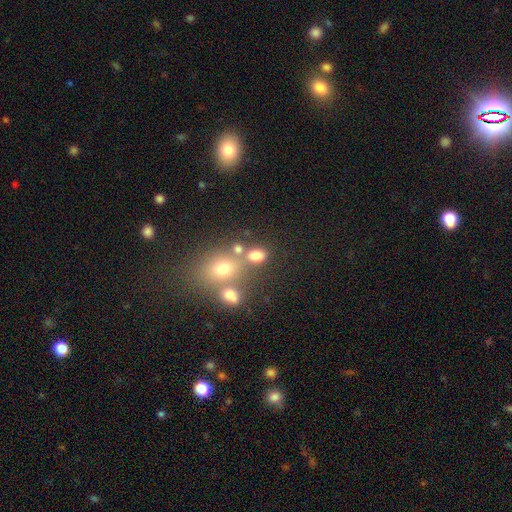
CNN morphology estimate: smooth 74%, star or artifact 16%, featured or disk 11%. Down the decision tree: how rounded — in between (64%); merging — none (54%).